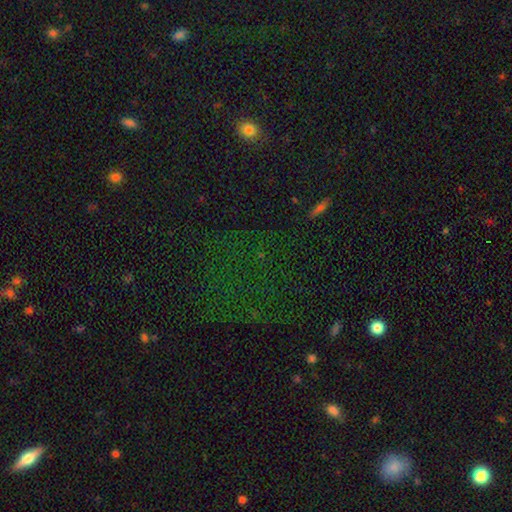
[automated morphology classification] This appears to be a star or artifact, not a galaxy (61%).